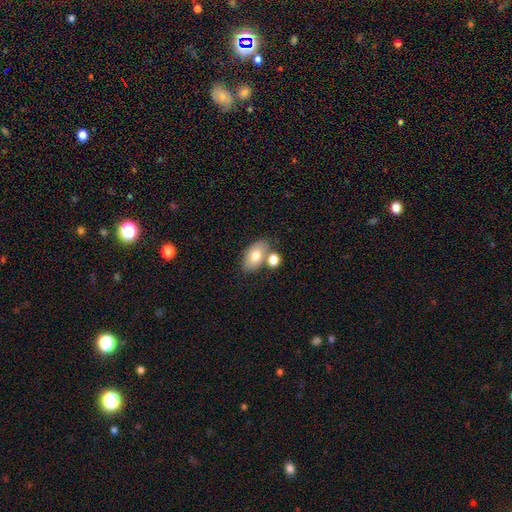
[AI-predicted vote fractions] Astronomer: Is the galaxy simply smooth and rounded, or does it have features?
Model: smooth — 76%.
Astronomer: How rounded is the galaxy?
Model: in between — 90%.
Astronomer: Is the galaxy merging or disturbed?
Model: none — 58%.